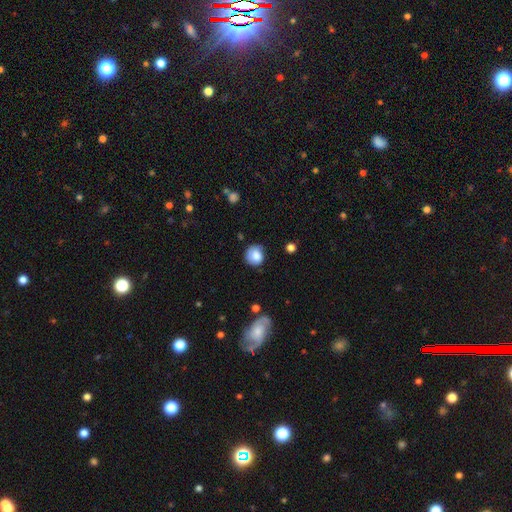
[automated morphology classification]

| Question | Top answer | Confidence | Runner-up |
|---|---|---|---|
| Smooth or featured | smooth | 80% | featured or disk (12%) |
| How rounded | round | 80% | in between (19%) |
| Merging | none | 63% | minor disturbance (27%) |